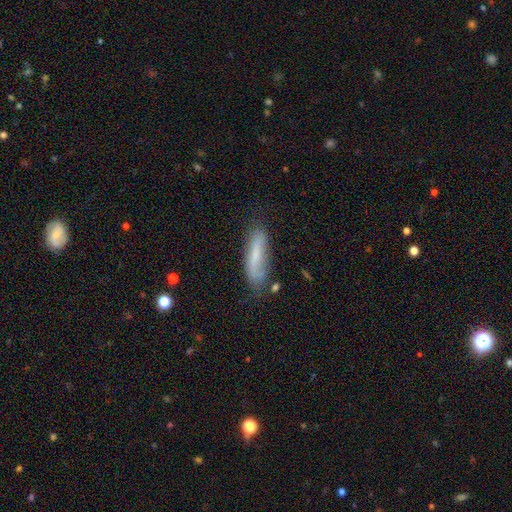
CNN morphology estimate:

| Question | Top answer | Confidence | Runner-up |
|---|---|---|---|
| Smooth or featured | smooth | 64% | featured or disk (28%) |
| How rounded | cigar-shaped | 66% | in between (32%) |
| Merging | none | 62% | minor disturbance (26%) |